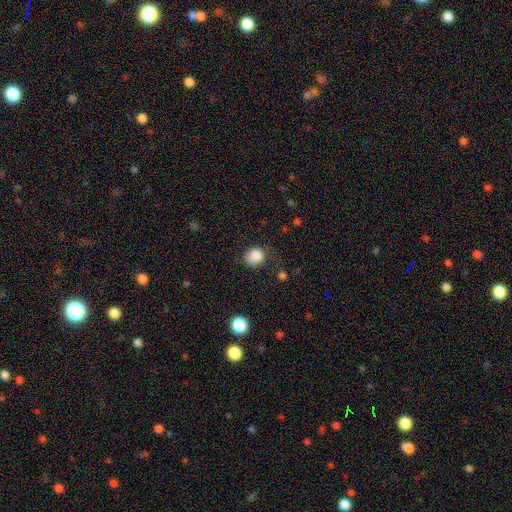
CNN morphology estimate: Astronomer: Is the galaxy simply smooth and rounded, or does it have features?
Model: smooth — 85%.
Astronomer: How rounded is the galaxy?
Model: round — 69%.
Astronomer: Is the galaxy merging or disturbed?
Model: none — 61%.